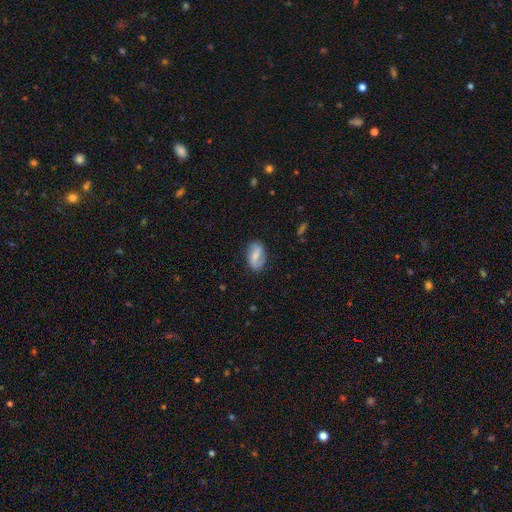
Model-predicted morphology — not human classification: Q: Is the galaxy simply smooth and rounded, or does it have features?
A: smooth — 49%.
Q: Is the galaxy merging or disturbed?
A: none — 77%.